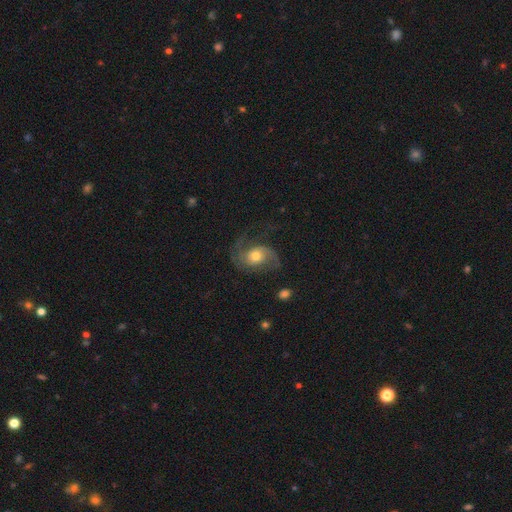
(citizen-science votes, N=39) smooth-or-featured: featured or disk: 72% | smooth: 28% | star or artifact: 0%
  disk-edge-on: no: 96% | yes: 4%
    bar: no: 78% | weak: 22% | strong: 0%
    has-spiral-arms: yes: 96% | no: 4%
      spiral-winding: medium: 38% (tied) | loose: 38% (tied) | tight: 23%
      spiral-arm-count: 2: 62% | can't tell: 15% | 1: 12% | 3: 12% | 4: 0% | more than 4: 0%
    bulge-size: moderate: 74% | small: 15% | large: 11% | dominant: 0% | none: 0%
  merging: none: 44% | major disturbance: 31% | minor disturbance: 26% | merger: 0%